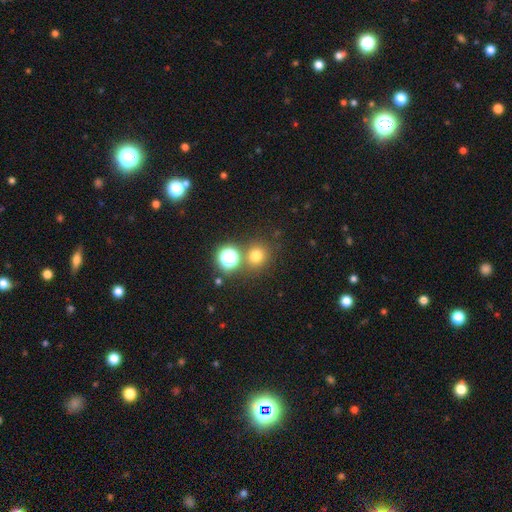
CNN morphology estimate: Smooth or featured: smooth — 71% (star or artifact — 22%)
How rounded: round — 88% (in between — 11%)
Merging: none — 76% (merger — 13%)